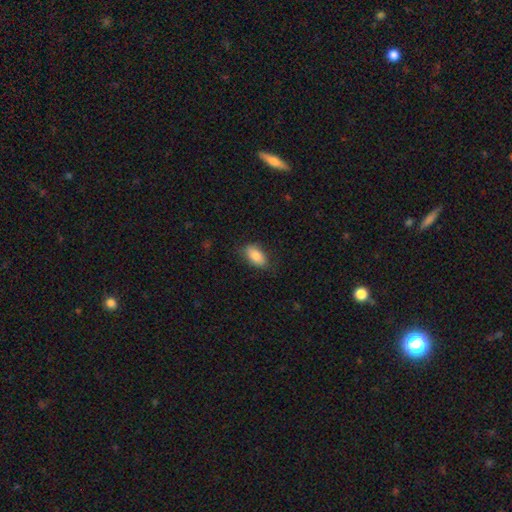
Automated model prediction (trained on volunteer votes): Morphology: type=smooth (84%); roundness=in between (92%); merging=none (80%).